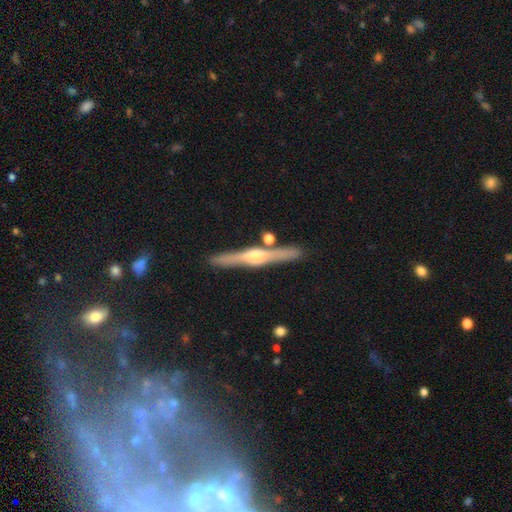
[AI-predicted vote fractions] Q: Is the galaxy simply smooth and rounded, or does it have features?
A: featured or disk — 76%.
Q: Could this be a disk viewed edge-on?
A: yes — 97%.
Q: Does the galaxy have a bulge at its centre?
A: rounded — 90%.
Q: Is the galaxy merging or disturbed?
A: none — 87%.